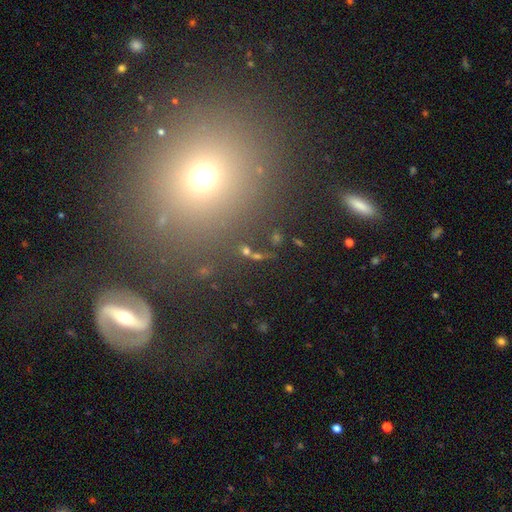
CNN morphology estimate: Smooth or featured? star or artifact (43%)